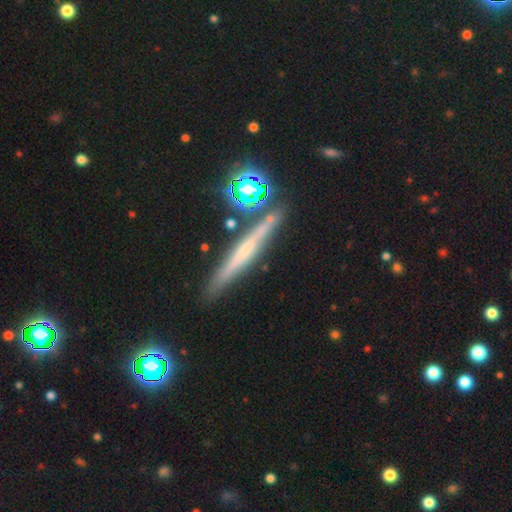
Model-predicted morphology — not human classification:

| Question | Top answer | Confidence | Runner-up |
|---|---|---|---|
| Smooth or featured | featured or disk | 56% | smooth (30%) |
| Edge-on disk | yes | 94% | no (6%) |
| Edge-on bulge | none | 59% | rounded (32%) |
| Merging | none | 82% | minor disturbance (10%) |